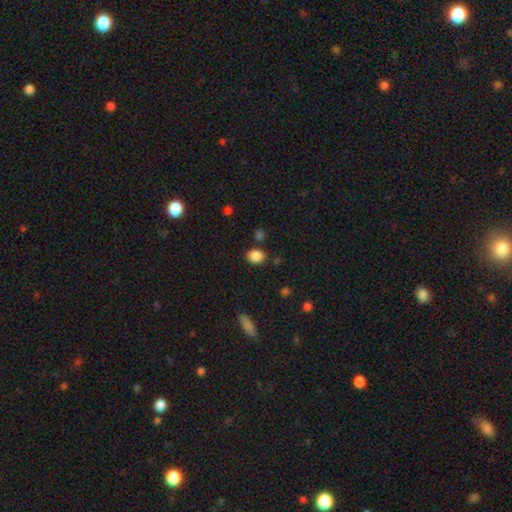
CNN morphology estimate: Smooth or featured: smooth — 86% (star or artifact — 10%)
How rounded: round — 51% (in between — 48%)
Merging: none — 81% (minor disturbance — 10%)